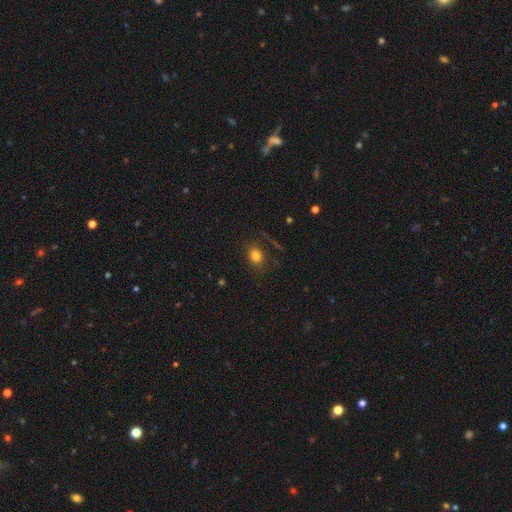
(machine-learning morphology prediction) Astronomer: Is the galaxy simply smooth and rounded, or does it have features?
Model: smooth — 79%.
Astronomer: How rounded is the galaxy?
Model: round — 50% (runner-up: in between, 49%).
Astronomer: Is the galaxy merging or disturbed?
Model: none — 76%.